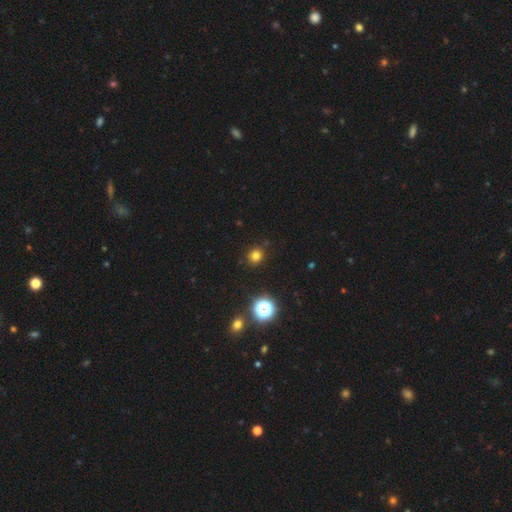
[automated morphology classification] smooth 77%, star or artifact 18%, featured or disk 5%. Down the decision tree: how rounded — round (88%); merging — none (90%).